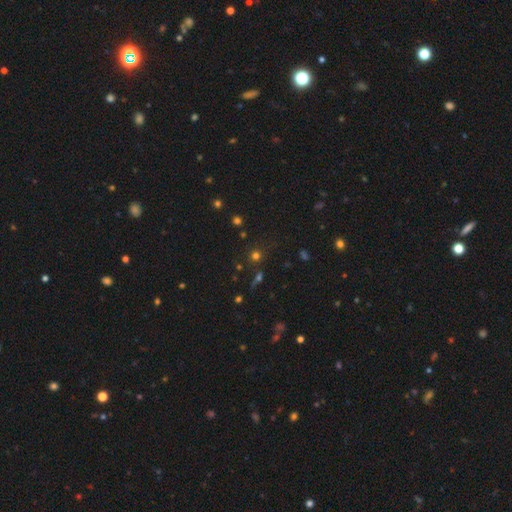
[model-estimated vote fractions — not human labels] A smooth galaxy with no disk features (63%) that is round (91%).

Vote fractions:
- Smooth or featured? smooth: 63% / star or artifact: 29% / featured or disk: 7%
- How rounded? round: 91% / in between: 7% / cigar-shaped: 1%
- Merging? none: 80% / minor disturbance: 9% / merger: 7% / major disturbance: 4%